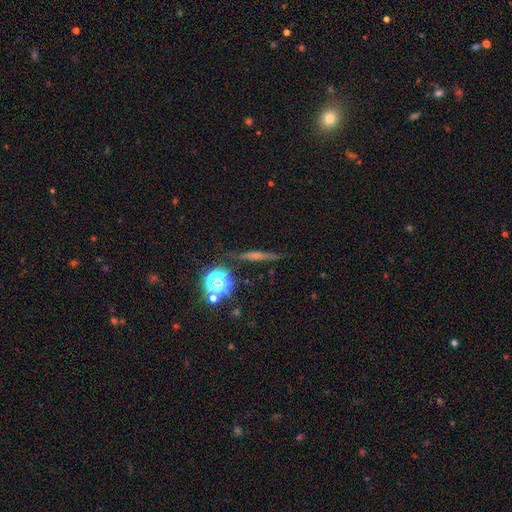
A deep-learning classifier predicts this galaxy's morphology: This is possibly a featured or disk galaxy (51%). It is clearly viewed edge-on (94%). Merging: clearly none (87%).